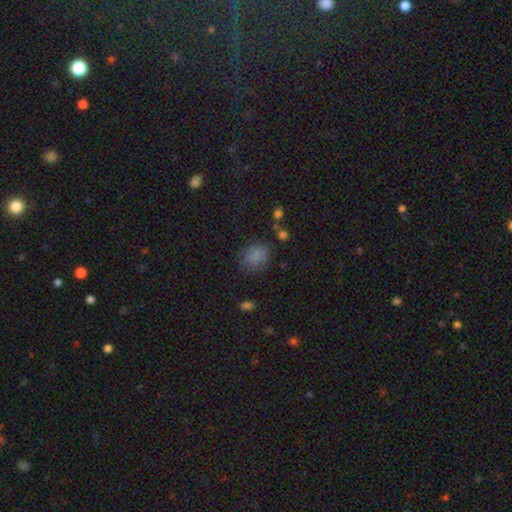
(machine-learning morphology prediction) Smooth or featured: smooth — 81% (star or artifact — 13%)
How rounded: in between — 54% (round — 44%)
Merging: none — 73% (minor disturbance — 18%)